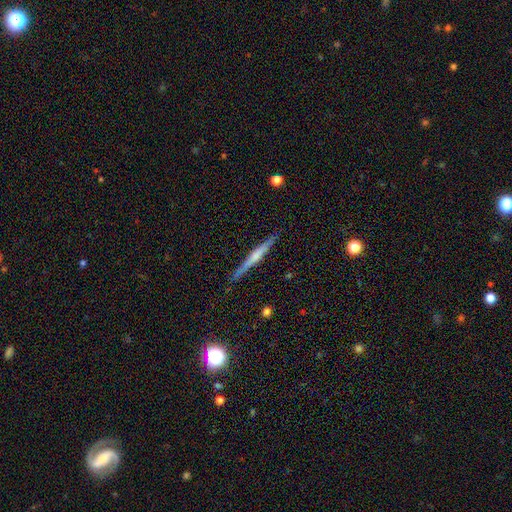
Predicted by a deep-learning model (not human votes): Smooth or featured? Predicted: featured or disk (p=0.61). Edge-on disk? Predicted: yes (p=0.98). Edge-on bulge? Predicted: rounded (p=0.49). Merging? Predicted: none (p=0.90).